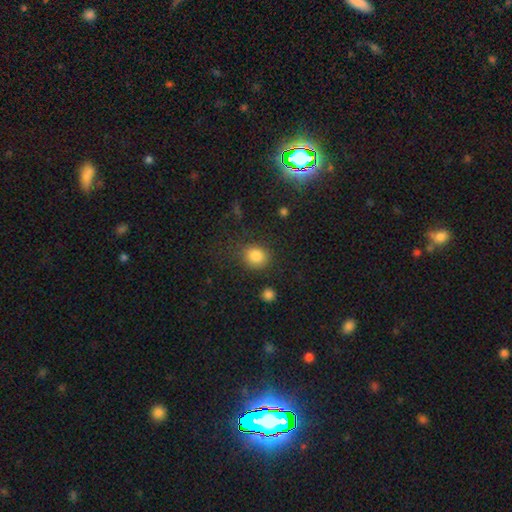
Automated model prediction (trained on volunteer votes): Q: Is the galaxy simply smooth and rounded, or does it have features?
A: smooth — 84%.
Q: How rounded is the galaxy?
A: round — 74%.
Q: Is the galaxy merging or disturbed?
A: none — 79%.